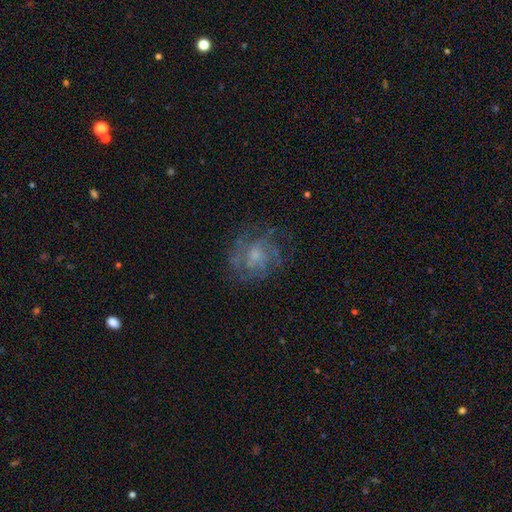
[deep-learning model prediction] Smooth or featured: featured or disk — 65% (smooth — 24%)
Edge-on disk: no — 98% (yes — 2%)
Bar: no — 73% (weak — 24%)
Spiral arms: yes — 72% (no — 28%)
Bulge size: small — 41% (moderate — 34%)
Merging: none — 67% (minor disturbance — 18%)